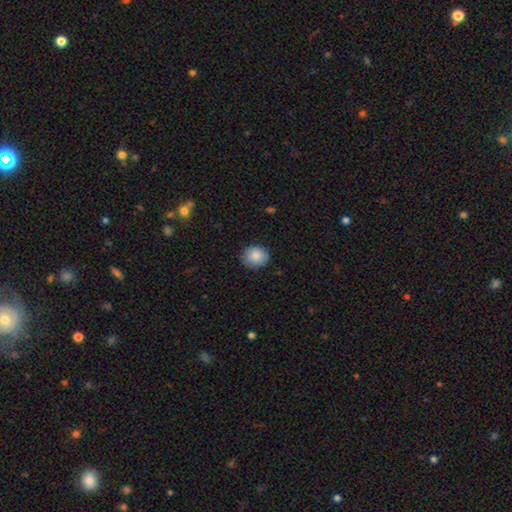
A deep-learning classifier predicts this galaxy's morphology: Q: Smooth or featured?
A: smooth (86%); runner-up: star or artifact (8%)
Q: How rounded?
A: round (74%); runner-up: in between (25%)
Q: Merging?
A: none (86%); runner-up: minor disturbance (11%)